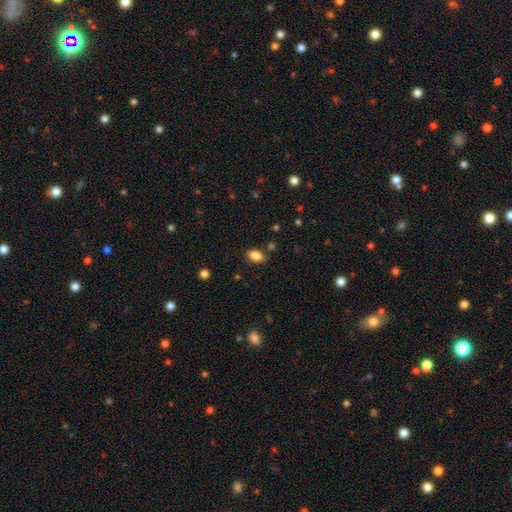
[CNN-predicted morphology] Smooth or featured?
  - smooth: 85% *
  - star or artifact: 9%
  - featured or disk: 5%
How rounded?
  - in between: 88% *
  - round: 10%
  - cigar-shaped: 2%
Merging?
  - none: 84% *
  - minor disturbance: 11%
  - major disturbance: 3%
  - merger: 3%